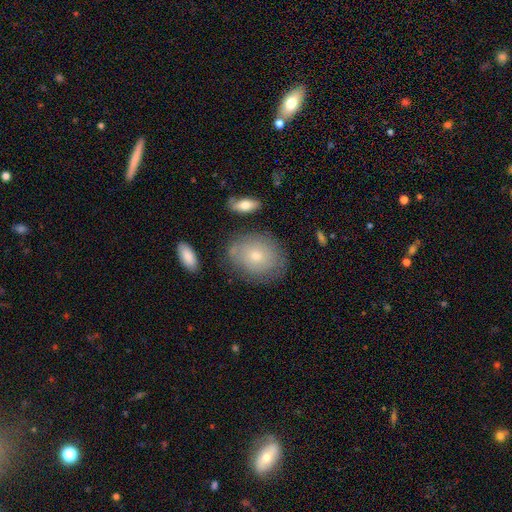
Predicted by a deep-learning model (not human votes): smooth 57%, featured or disk 33%, star or artifact 10%. Down the decision tree: how rounded — round (49%, tied with in between); merging — none (73%).